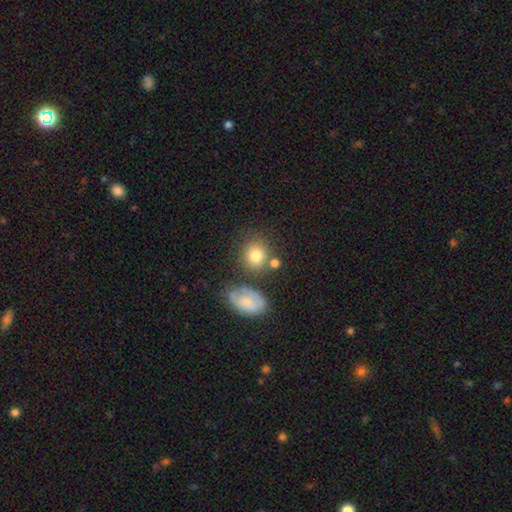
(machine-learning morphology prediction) Q: Smooth or featured?
A: smooth (79%); runner-up: featured or disk (11%)
Q: How rounded?
A: round (74%); runner-up: in between (25%)
Q: Merging?
A: none (67%); runner-up: minor disturbance (14%)